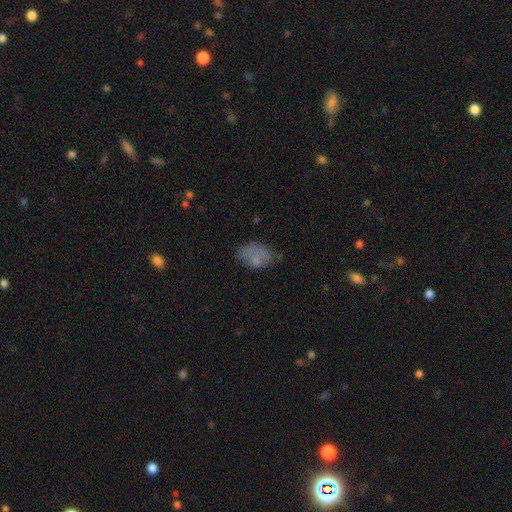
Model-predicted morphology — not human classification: A smooth galaxy with no disk features (70%) that is in between round and cigar-shaped (87%).

Vote fractions:
- Smooth or featured? smooth: 70% / featured or disk: 18% / star or artifact: 12%
- How rounded? in between: 87% / round: 11% / cigar-shaped: 2%
- Merging? none: 49% / minor disturbance: 29% / major disturbance: 15% / merger: 7%